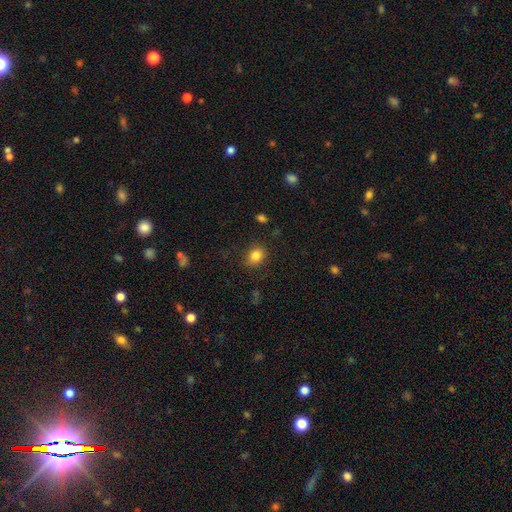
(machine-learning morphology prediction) type=smooth (83%); roundness=round (54%); merging=none (84%).